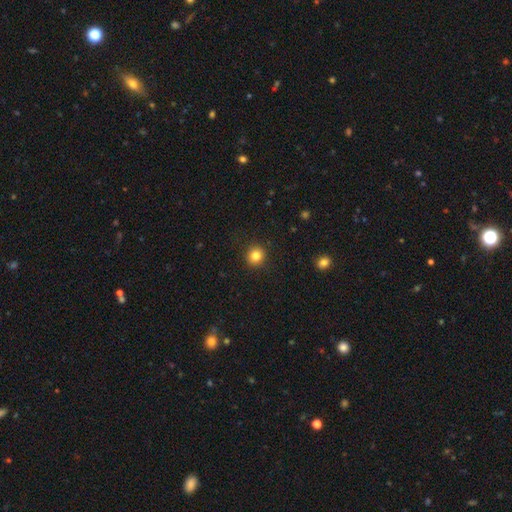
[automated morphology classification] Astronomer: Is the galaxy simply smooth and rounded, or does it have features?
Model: smooth — 83%.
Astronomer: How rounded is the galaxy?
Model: round — 92%.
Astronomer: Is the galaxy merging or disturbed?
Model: none — 92%.